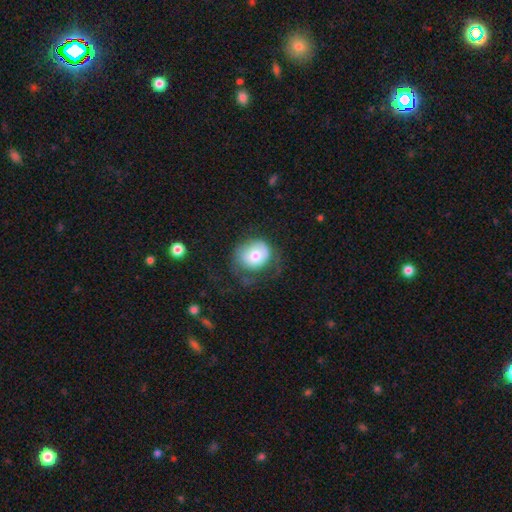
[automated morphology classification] Q: Smooth or featured?
A: smooth (65%); runner-up: featured or disk (26%)
Q: How rounded?
A: round (72%); runner-up: in between (27%)
Q: Merging?
A: none (45%); runner-up: major disturbance (28%)